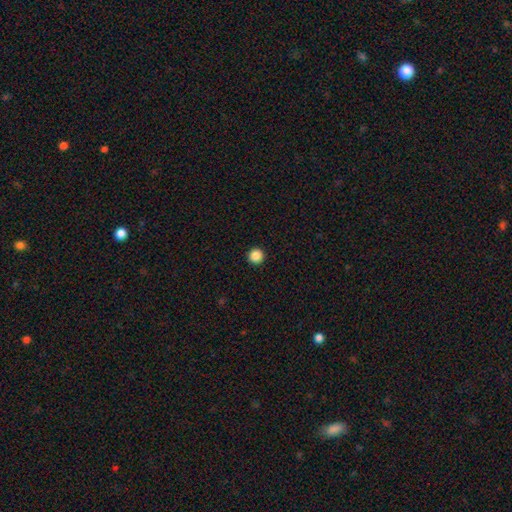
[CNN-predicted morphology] Smooth or featured? smooth (87%)
How rounded? round (97%)
Merging? none (94%)